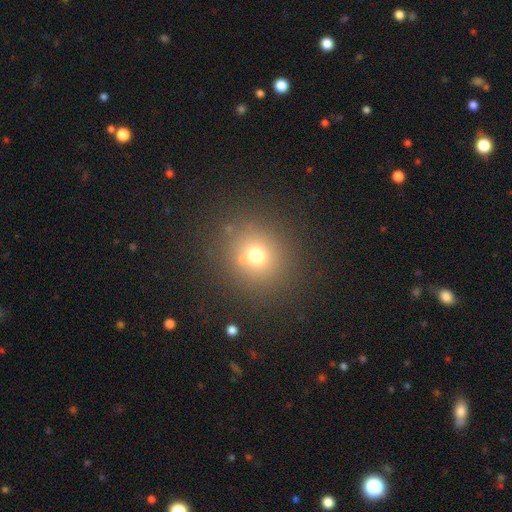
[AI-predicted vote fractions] Smooth or featured: smooth — 68% (star or artifact — 20%)
How rounded: round — 86% (in between — 13%)
Merging: none — 76% (merger — 11%)